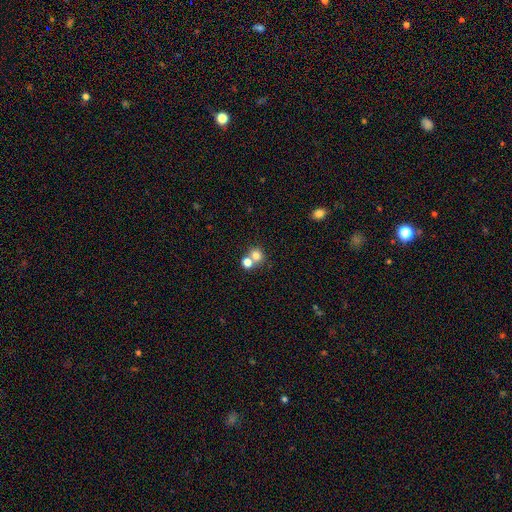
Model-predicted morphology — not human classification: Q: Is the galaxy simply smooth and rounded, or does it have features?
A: smooth — 76%.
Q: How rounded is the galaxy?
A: round — 82%.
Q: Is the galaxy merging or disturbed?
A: merger — 47%.